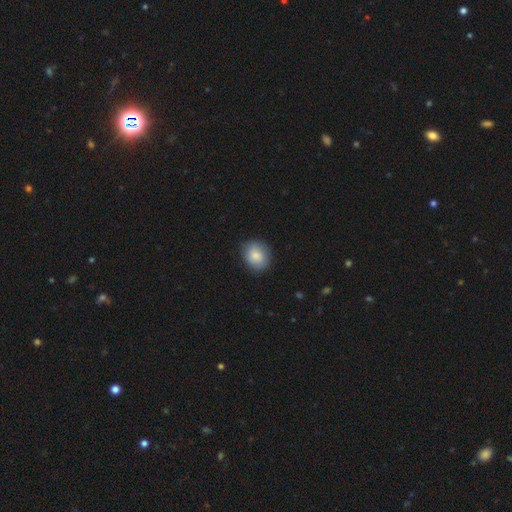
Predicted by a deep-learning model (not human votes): Smooth or featured? Predicted: smooth (p=0.86). How rounded? Predicted: round (p=0.60). Merging? Predicted: none (p=0.85).